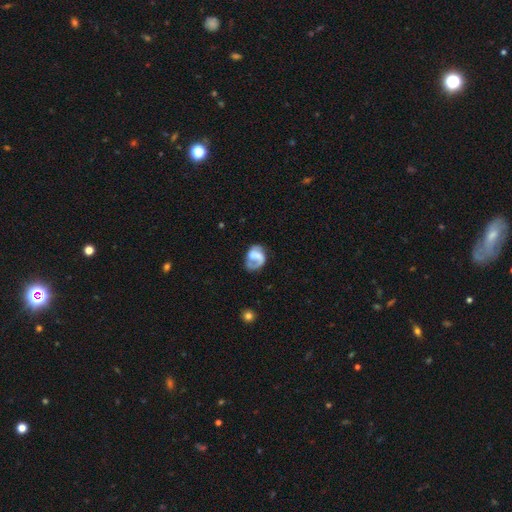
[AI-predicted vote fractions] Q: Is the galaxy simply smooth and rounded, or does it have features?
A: featured or disk — 68%.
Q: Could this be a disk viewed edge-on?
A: no — 98%.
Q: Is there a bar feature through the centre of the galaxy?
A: no — 55%.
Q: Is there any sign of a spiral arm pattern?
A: yes — 83%.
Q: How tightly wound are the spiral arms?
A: medium — 40%.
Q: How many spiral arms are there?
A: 1 — 48%.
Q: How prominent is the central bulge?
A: none — 43%.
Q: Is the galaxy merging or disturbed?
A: none — 45%.